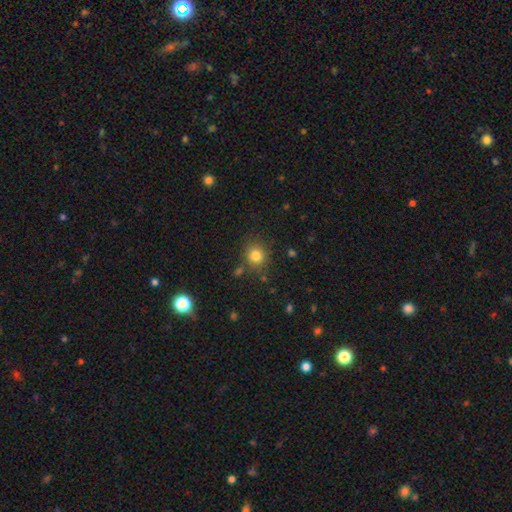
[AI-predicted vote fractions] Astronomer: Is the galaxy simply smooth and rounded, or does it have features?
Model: smooth — 80%.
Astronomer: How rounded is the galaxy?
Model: round — 84%.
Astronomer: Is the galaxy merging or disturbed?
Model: none — 81%.